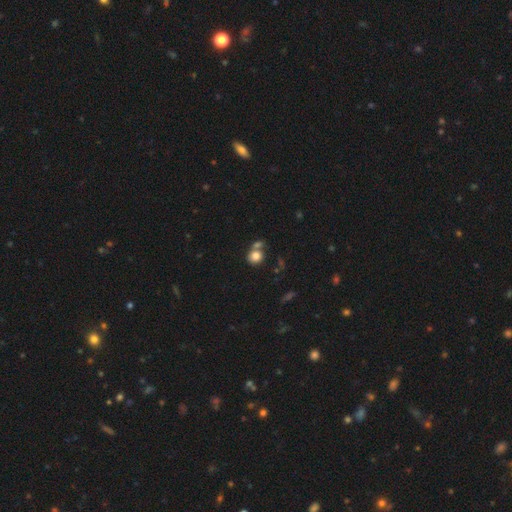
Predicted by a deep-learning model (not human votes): Smooth or featured? smooth (80%)
How rounded? round (79%)
Merging? none (51%)